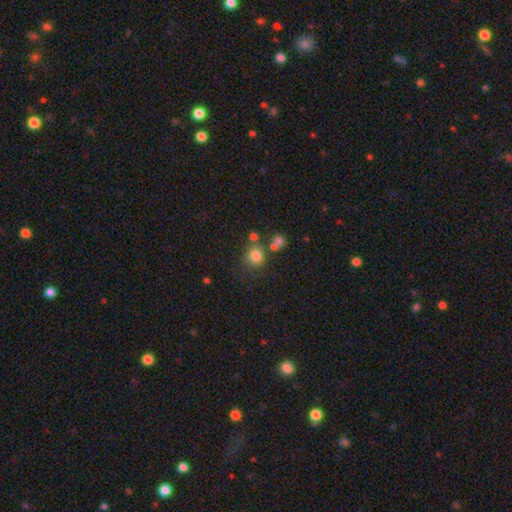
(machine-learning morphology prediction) A smooth galaxy with no disk features (80%) that is round (83%). Merging: none (65%).